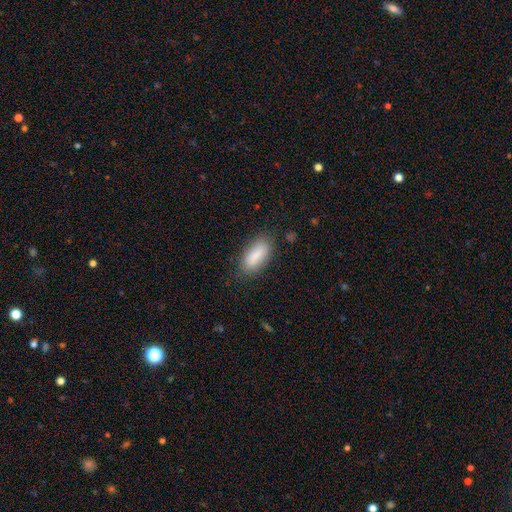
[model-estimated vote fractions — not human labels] This is clearly a smooth galaxy (85%). How rounded: likely in between (77%). Merging: clearly none (80%).